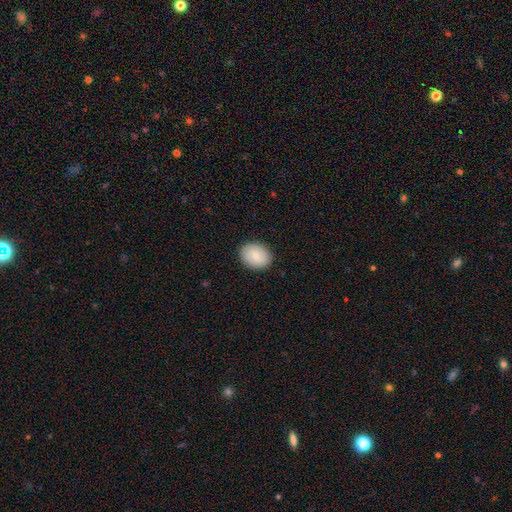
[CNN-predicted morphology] smooth 78%, featured or disk 16%, star or artifact 6%. Down the decision tree: how rounded — in between (60%); merging — none (89%).